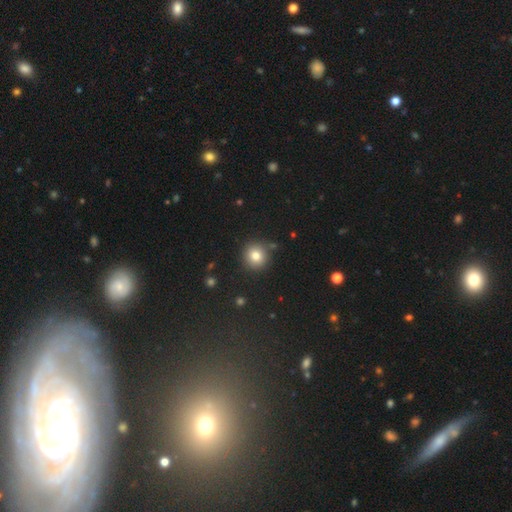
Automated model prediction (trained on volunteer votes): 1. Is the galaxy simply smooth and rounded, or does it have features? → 80% smooth, 12% star or artifact, 8% featured or disk.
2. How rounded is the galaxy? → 92% round, 7% in between, 1% cigar-shaped.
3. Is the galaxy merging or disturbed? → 84% none, 9% minor disturbance, 4% merger, 3% major disturbance.